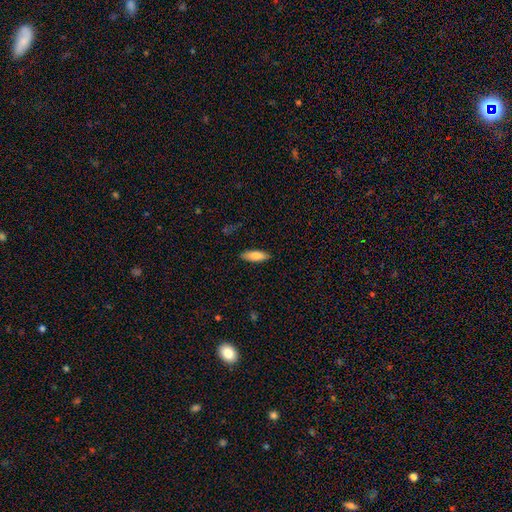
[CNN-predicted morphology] type=smooth (83%); roundness=in between (60%); merging=none (86%).